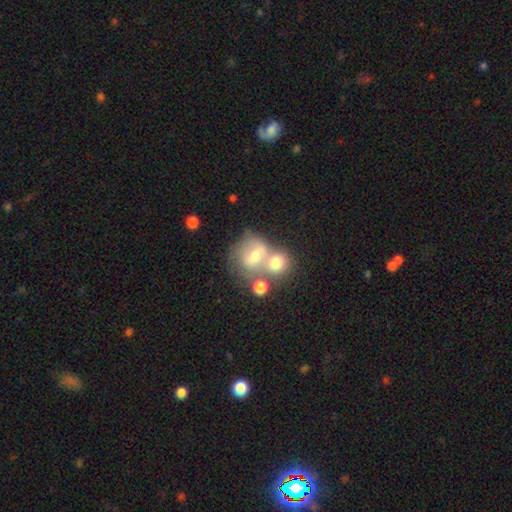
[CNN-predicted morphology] Smooth or featured: smooth — 50% (featured or disk — 36%)
How rounded: round — 57% (in between — 42%)
Merging: merger — 57% (none — 26%)